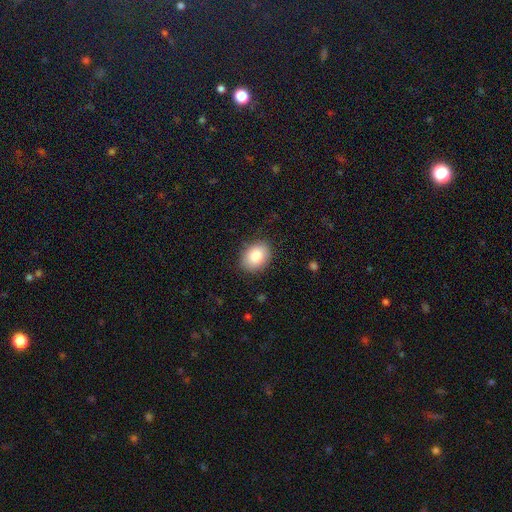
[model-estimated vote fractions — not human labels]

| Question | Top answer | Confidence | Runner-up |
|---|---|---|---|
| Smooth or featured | smooth | 86% | featured or disk (7%) |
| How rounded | in between | 71% | round (28%) |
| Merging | none | 86% | minor disturbance (11%) |